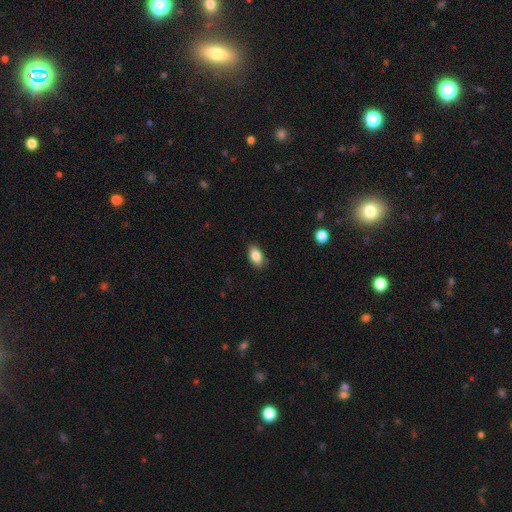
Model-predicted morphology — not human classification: smooth-or-featured: smooth: 85% | star or artifact: 8% | featured or disk: 7%
  how-rounded: in between: 90% | round: 8% | cigar-shaped: 2%
  merging: none: 85% | minor disturbance: 12% | major disturbance: 2% | merger: 1%